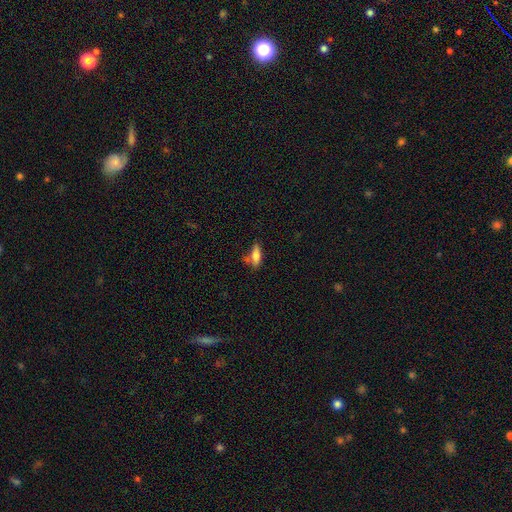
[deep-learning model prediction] Smooth or featured: smooth — 75% (featured or disk — 16%)
How rounded: in between — 64% (cigar-shaped — 33%)
Merging: none — 53% (minor disturbance — 25%)